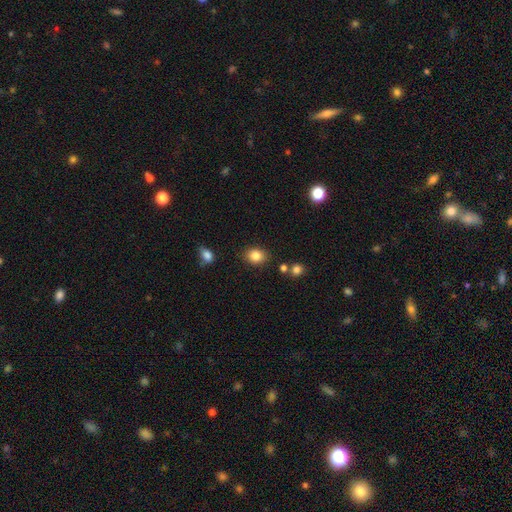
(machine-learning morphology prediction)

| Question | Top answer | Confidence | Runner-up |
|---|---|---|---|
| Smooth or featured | smooth | 84% | star or artifact (10%) |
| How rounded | round | 51% | in between (48%) |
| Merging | none | 83% | minor disturbance (10%) |